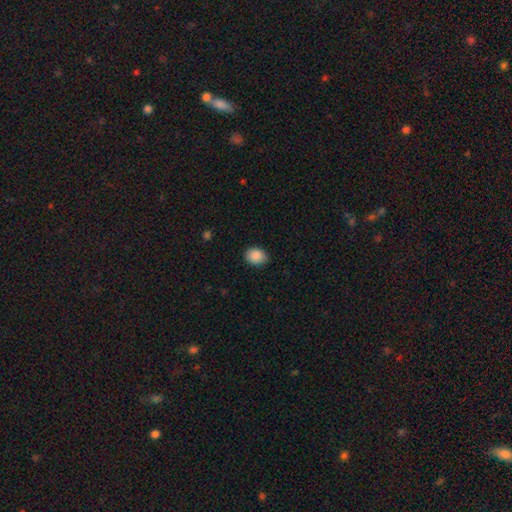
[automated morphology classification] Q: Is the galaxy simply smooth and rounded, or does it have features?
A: smooth — 89%.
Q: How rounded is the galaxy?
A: in between — 59%.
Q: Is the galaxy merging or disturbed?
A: none — 86%.